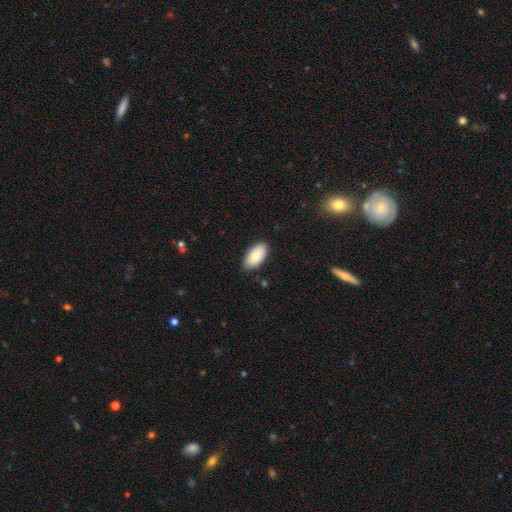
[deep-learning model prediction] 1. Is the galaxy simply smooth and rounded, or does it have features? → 79% smooth, 14% featured or disk, 6% star or artifact.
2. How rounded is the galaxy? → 95% in between, 3% round, 2% cigar-shaped.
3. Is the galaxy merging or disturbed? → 87% none, 10% minor disturbance, 2% major disturbance, 1% merger.